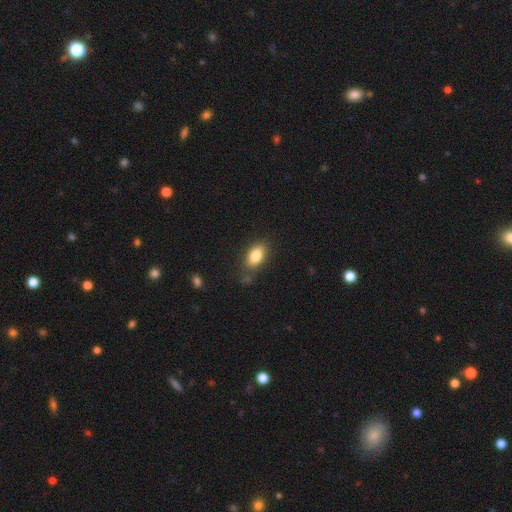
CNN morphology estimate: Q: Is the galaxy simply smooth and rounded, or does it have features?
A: smooth — 82%.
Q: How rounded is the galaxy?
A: in between — 89%.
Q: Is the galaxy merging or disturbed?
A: none — 73%.